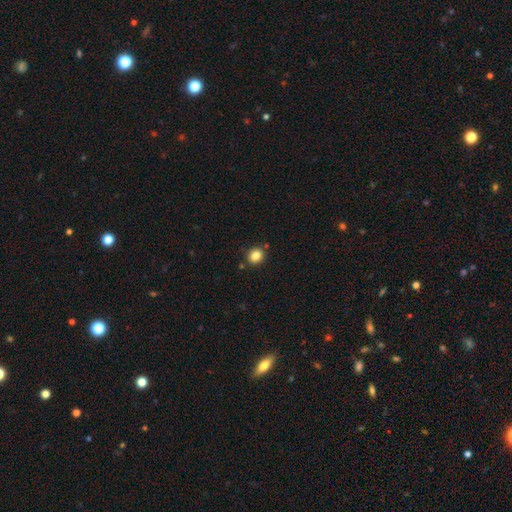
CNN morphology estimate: Smooth or featured: smooth — 85% (star or artifact — 11%)
How rounded: round — 75% (in between — 24%)
Merging: none — 84% (minor disturbance — 9%)